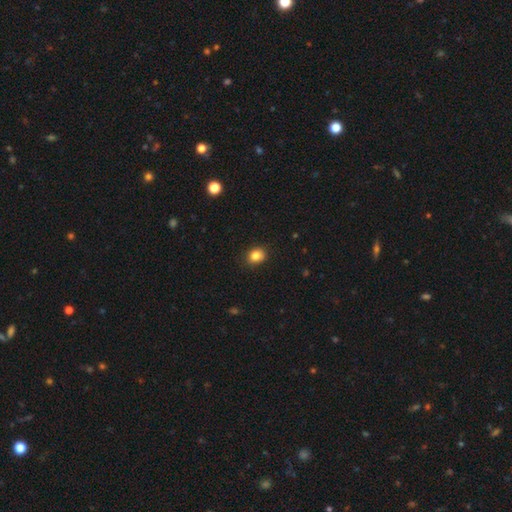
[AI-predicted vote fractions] Smooth or featured? Predicted: smooth (p=0.84). How rounded? Predicted: round (p=0.61). Merging? Predicted: none (p=0.85).